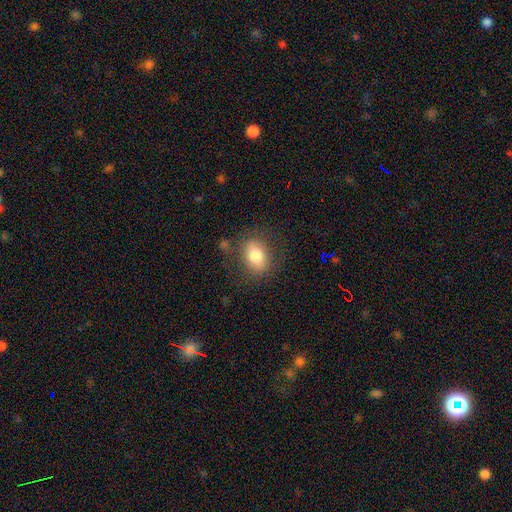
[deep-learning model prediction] Smooth or featured? smooth (77%)
How rounded? in between (71%)
Merging? none (78%)